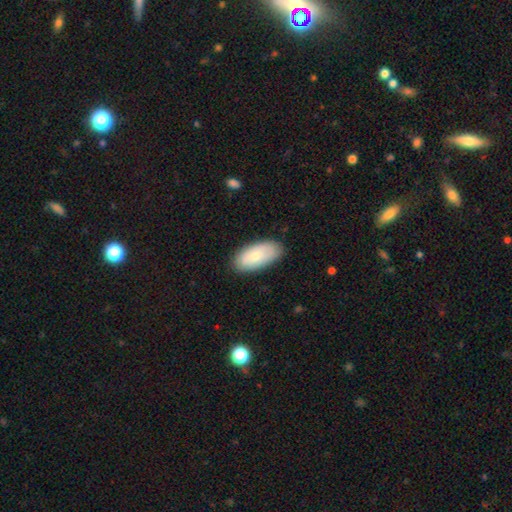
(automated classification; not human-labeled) This is likely a smooth galaxy (73%). How rounded: clearly in between (93%). Merging: clearly none (84%).